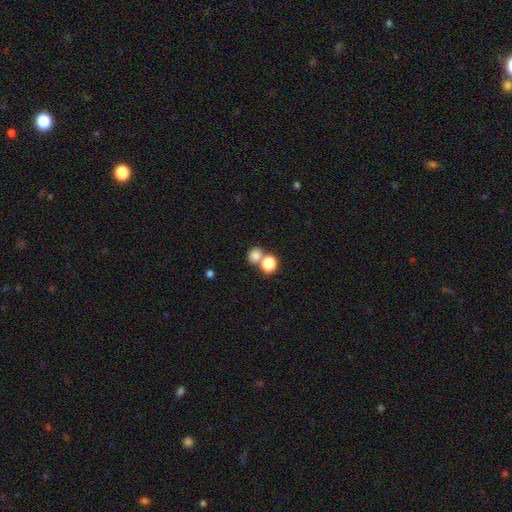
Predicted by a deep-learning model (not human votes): Smooth or featured? smooth (78%)
How rounded? round (75%)
Merging? none (49%)